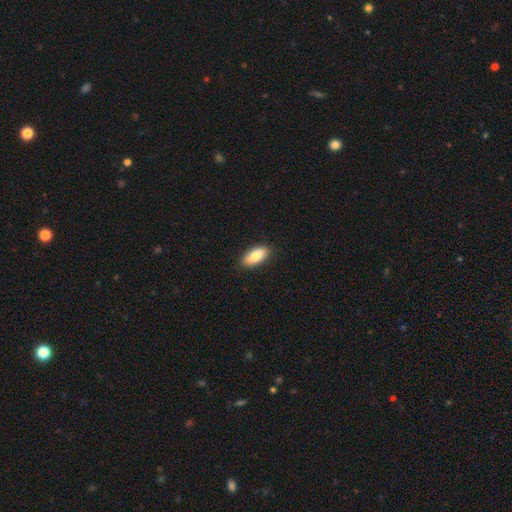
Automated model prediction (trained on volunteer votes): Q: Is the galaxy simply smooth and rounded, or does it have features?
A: smooth — 86%.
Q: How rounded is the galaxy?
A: in between — 83%.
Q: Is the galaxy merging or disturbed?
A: none — 88%.